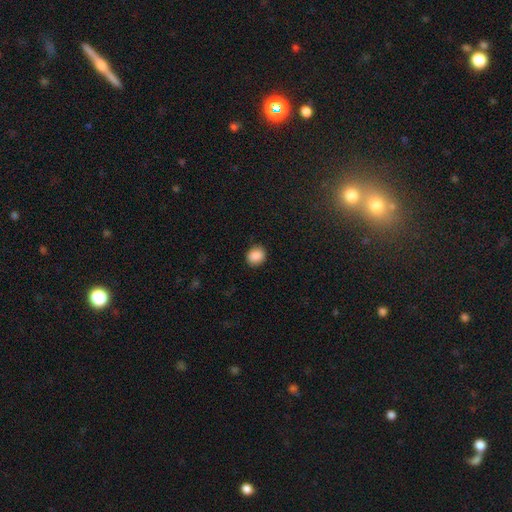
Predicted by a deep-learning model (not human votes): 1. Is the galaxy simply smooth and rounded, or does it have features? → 88% smooth, 8% star or artifact, 3% featured or disk.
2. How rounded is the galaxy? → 68% round, 31% in between, 1% cigar-shaped.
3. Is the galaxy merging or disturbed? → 88% none, 9% minor disturbance, 2% major disturbance, 1% merger.